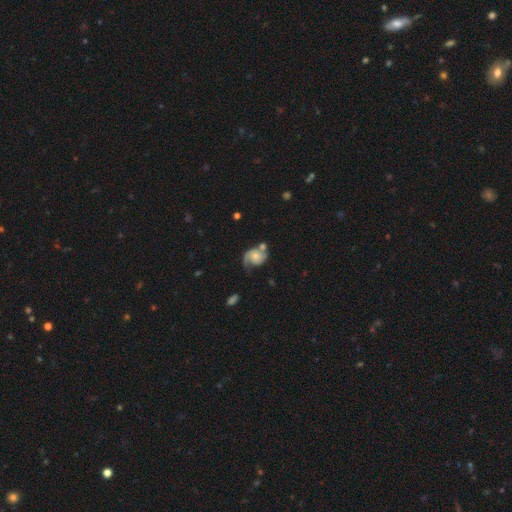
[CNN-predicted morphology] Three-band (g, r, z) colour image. It shows a featured or disk galaxy (73%) with no bar (72%), 2 (52%) medium (42%) spiral arms (92%) and a small central bulge (45%, tied with moderate). Merging: none (42%).